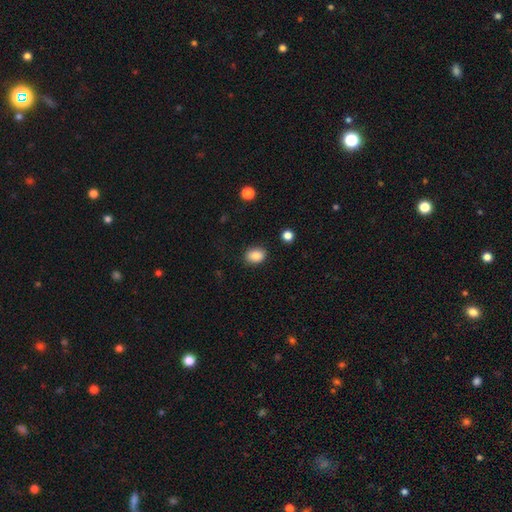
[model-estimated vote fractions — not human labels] A smooth galaxy with no disk features (86%) that is in between round and cigar-shaped (63%).

Vote fractions:
- Smooth or featured? smooth: 86% / star or artifact: 9% / featured or disk: 6%
- How rounded? in between: 63% / round: 36% / cigar-shaped: 1%
- Merging? none: 86% / minor disturbance: 10% / major disturbance: 3% / merger: 2%